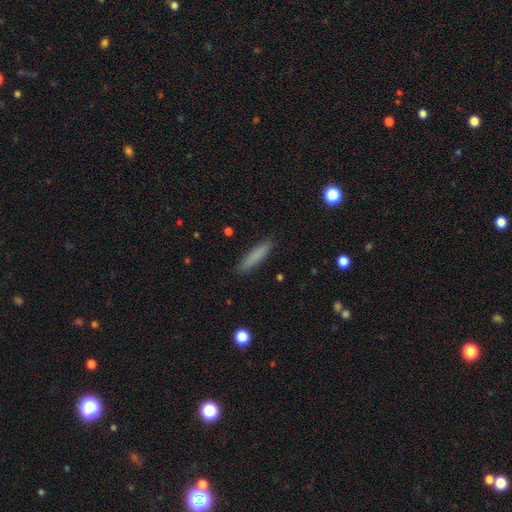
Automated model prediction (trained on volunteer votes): Q: Smooth or featured?
A: smooth (83%); runner-up: featured or disk (10%)
Q: How rounded?
A: cigar-shaped (87%); runner-up: in between (11%)
Q: Merging?
A: none (90%); runner-up: minor disturbance (8%)